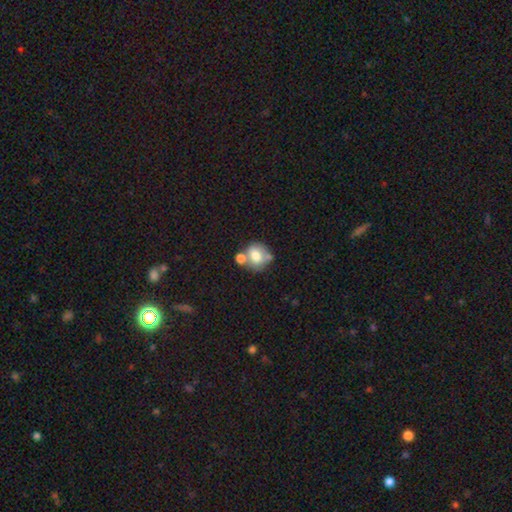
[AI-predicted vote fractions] Smooth or featured: smooth — 69% (featured or disk — 22%)
How rounded: round — 66% (in between — 33%)
Merging: none — 40% (merger — 37%)